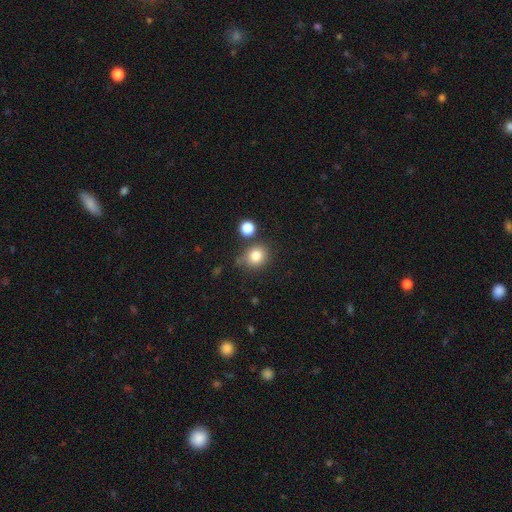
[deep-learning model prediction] A smooth galaxy with no disk features (82%) that is round (76%). Merging: none (71%).